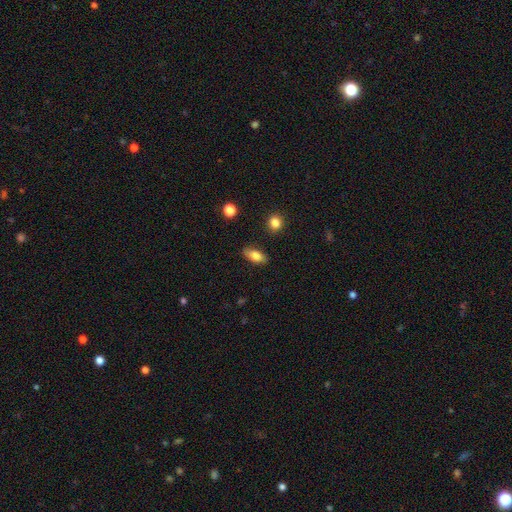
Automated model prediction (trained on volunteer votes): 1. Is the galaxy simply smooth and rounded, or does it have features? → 79% smooth, 13% featured or disk, 8% star or artifact.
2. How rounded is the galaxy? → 83% in between, 13% cigar-shaped, 4% round.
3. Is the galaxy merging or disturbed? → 85% none, 11% minor disturbance, 2% major disturbance, 2% merger.